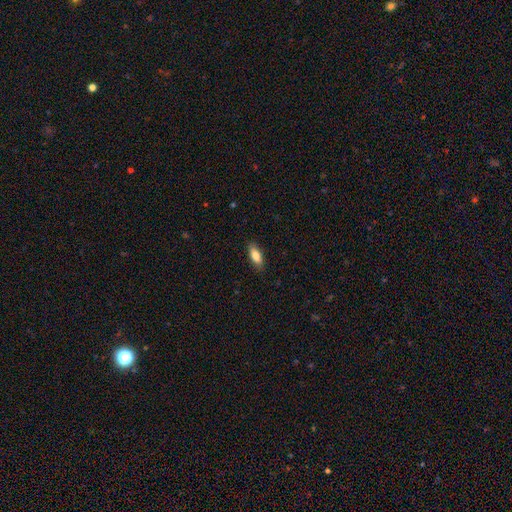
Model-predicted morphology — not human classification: smooth 83%, featured or disk 10%, star or artifact 7%. Down the decision tree: how rounded — in between (78%); merging — none (86%).